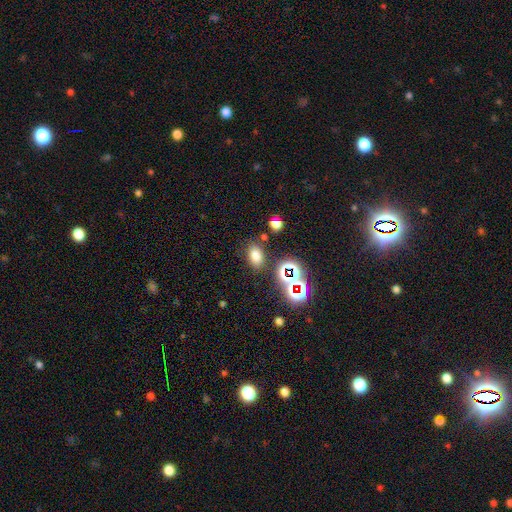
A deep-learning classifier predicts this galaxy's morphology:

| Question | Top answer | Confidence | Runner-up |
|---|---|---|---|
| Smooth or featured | smooth | 71% | star or artifact (22%) |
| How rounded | in between | 81% | round (17%) |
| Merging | none | 81% | minor disturbance (10%) |